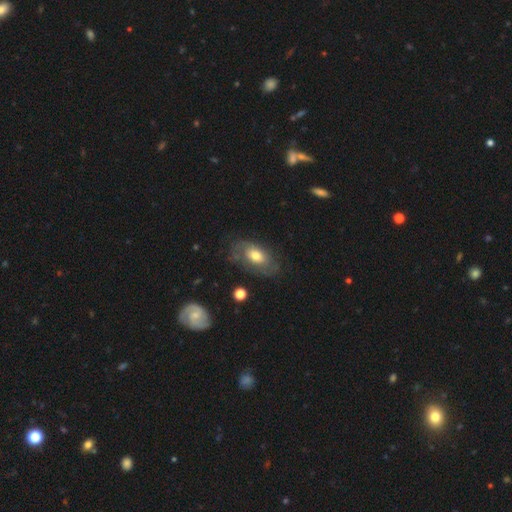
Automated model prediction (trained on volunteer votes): This is possibly a featured or disk galaxy (54%). It is clearly not viewed edge-on (92%). Merging: likely none (64%).